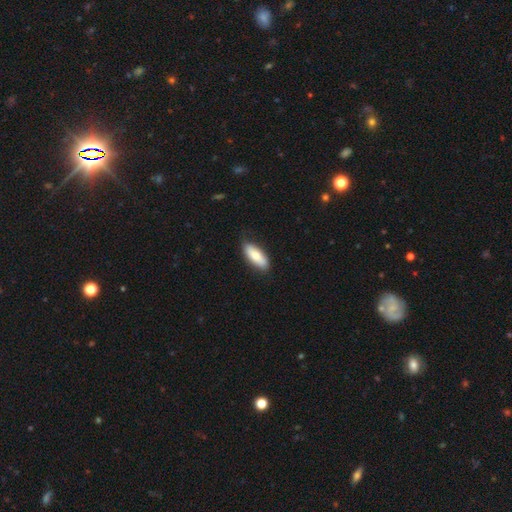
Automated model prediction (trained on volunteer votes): This is likely a smooth galaxy (76%). How rounded: likely in between (77%). Merging: clearly none (82%).